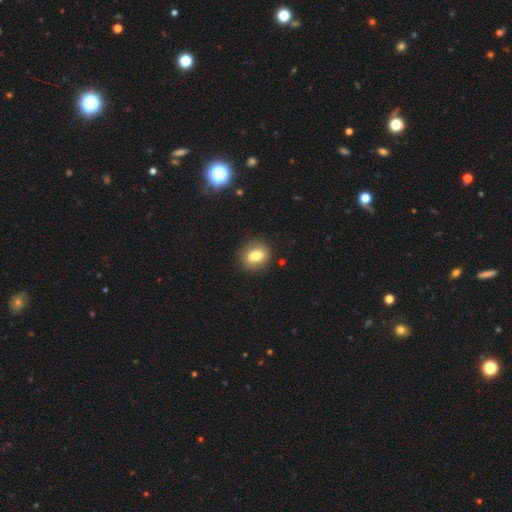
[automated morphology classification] Smooth or featured: smooth — 79% (featured or disk — 12%)
How rounded: round — 50% (in between — 48%)
Merging: none — 86% (minor disturbance — 9%)